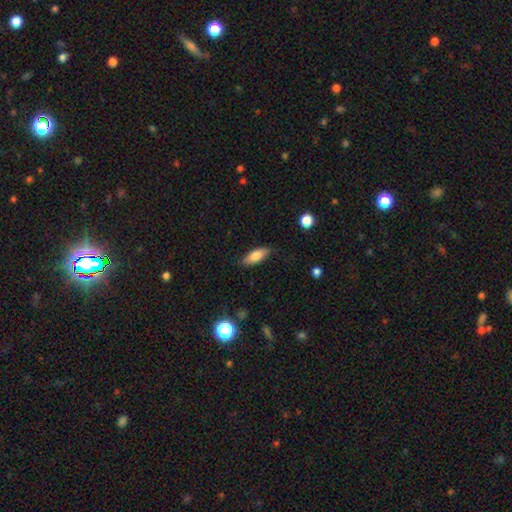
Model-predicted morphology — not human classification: Q: Smooth or featured?
A: smooth (77%); runner-up: featured or disk (17%)
Q: How rounded?
A: in between (69%); runner-up: cigar-shaped (29%)
Q: Merging?
A: none (82%); runner-up: minor disturbance (14%)